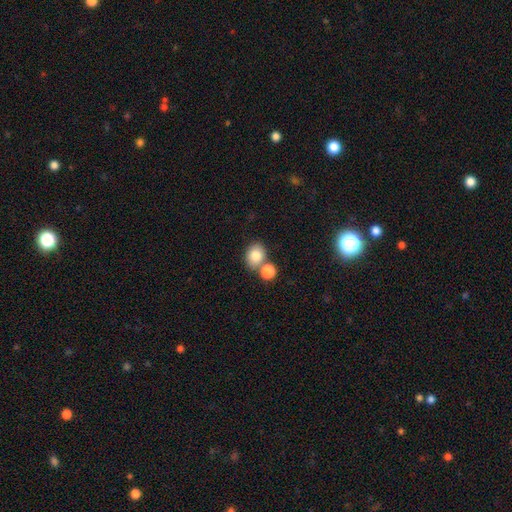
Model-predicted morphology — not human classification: smooth 81%, star or artifact 10%, featured or disk 9%. Down the decision tree: how rounded — round (58%); merging — none (59%).